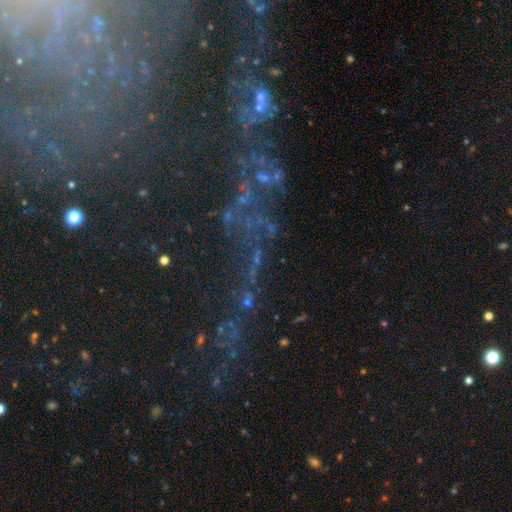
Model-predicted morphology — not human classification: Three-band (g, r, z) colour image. It shows a star or artifact, not a galaxy (57%).